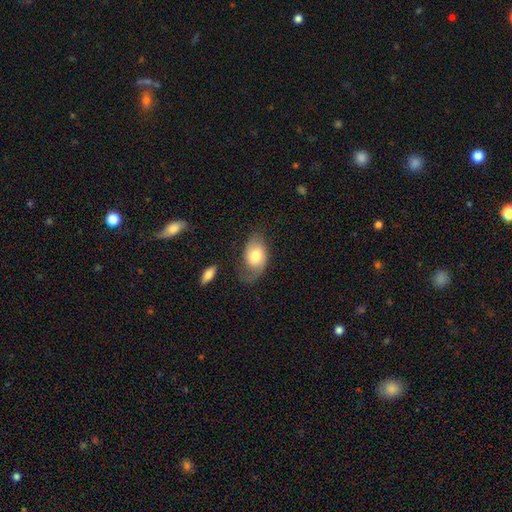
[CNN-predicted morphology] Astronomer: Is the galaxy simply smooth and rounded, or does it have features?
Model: smooth — 61%.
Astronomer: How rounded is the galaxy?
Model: in between — 86%.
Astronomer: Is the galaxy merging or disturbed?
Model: none — 48% (runner-up: minor disturbance, 29%).